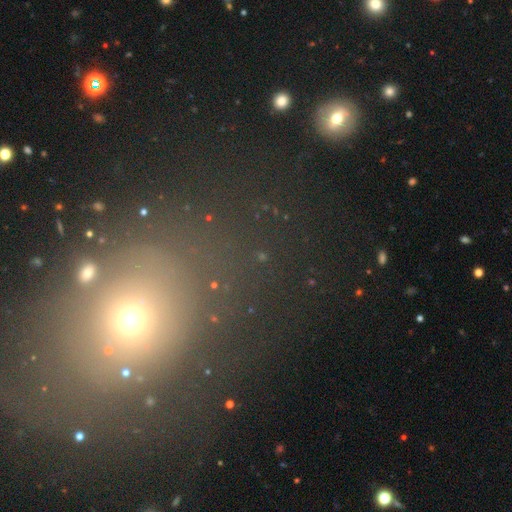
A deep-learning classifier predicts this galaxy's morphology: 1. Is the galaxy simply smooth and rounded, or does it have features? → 51% smooth, 36% star or artifact, 13% featured or disk.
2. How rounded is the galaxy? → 58% round, 39% in between, 2% cigar-shaped.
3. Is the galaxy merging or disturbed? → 73% none, 12% minor disturbance, 9% major disturbance, 6% merger.